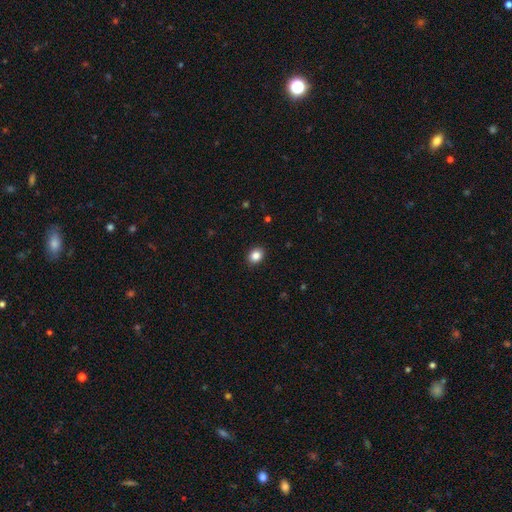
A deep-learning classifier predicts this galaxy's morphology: This appears to be a smooth galaxy with no disk features (86%) that is in between round and cigar-shaped (53%). Merging: none (90%).